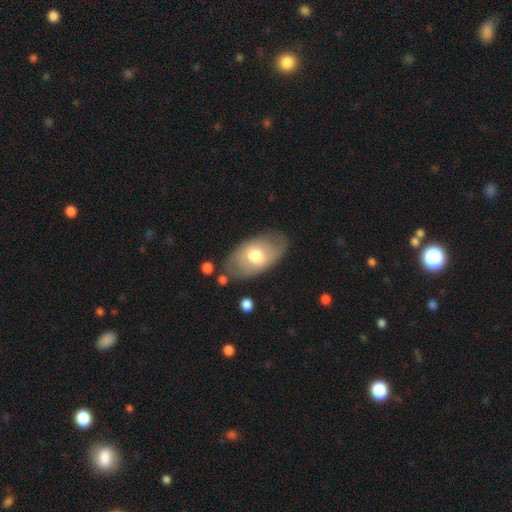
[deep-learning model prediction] smooth-or-featured: smooth: 59% | featured or disk: 36% | star or artifact: 6%
  how-rounded: in between: 92% | round: 6% | cigar-shaped: 2%
  merging: none: 71% | minor disturbance: 19% | major disturbance: 6% | merger: 3%